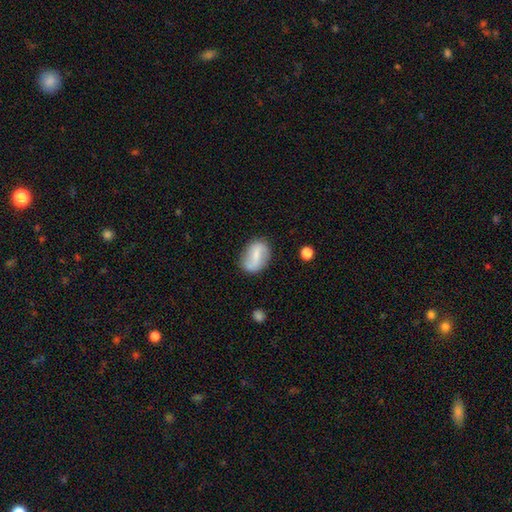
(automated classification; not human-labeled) This appears to be a featured or disk galaxy (47%). Merging: none (73%).